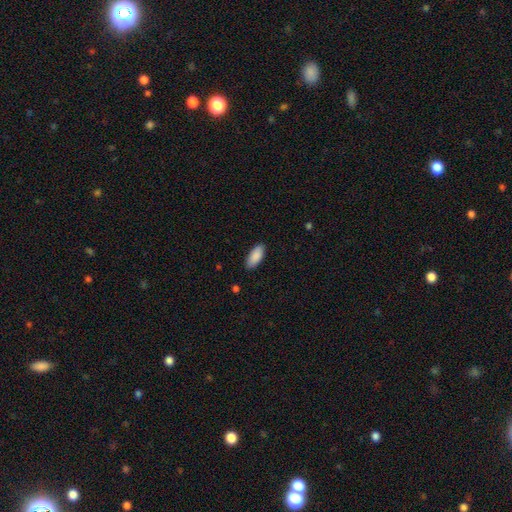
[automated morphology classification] This is clearly a smooth galaxy (90%). How rounded: clearly in between (87%). Merging: clearly none (88%).